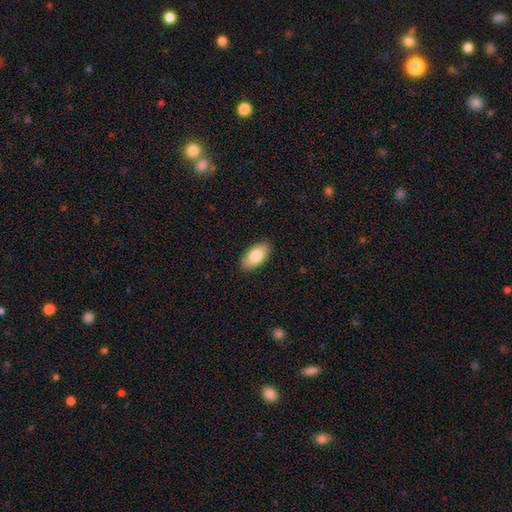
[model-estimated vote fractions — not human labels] Smooth or featured? smooth (83%)
How rounded? in between (94%)
Merging? none (88%)